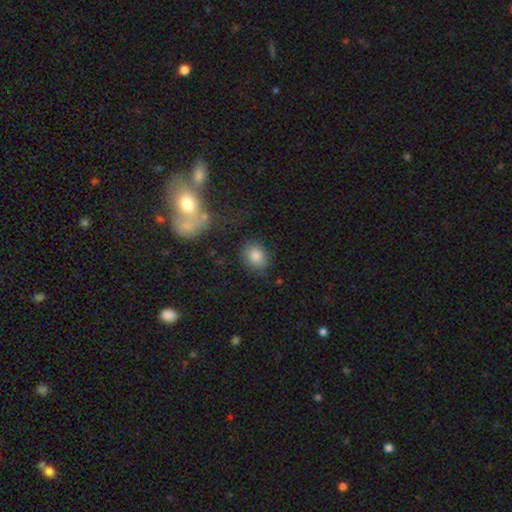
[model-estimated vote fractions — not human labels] Overall: smooth (82%). How rounded: in between (51%; round 48%). Merging: none (75%).